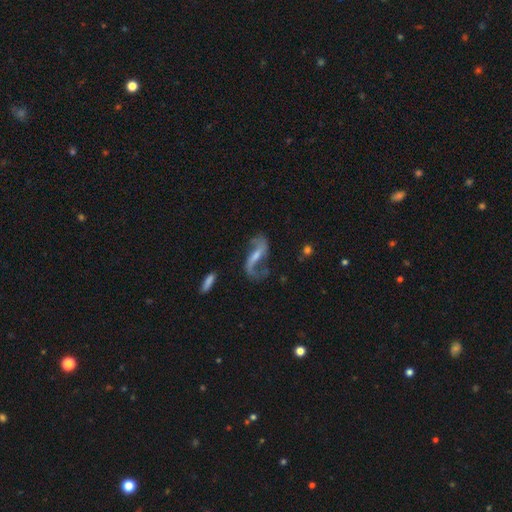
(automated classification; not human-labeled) Q: Smooth or featured?
A: featured or disk (85%); runner-up: smooth (9%)
Q: Edge-on disk?
A: no (93%); runner-up: yes (7%)
Q: Bar?
A: weak (40%); runner-up: strong (39%)
Q: Spiral arms?
A: yes (94%); runner-up: no (6%)
Q: Spiral winding?
A: loose (75%); runner-up: medium (20%)
Q: Spiral arm count?
A: 2 (85%); runner-up: 1 (9%)
Q: Bulge size?
A: small (49%); runner-up: moderate (35%)
Q: Merging?
A: none (60%); runner-up: minor disturbance (18%)